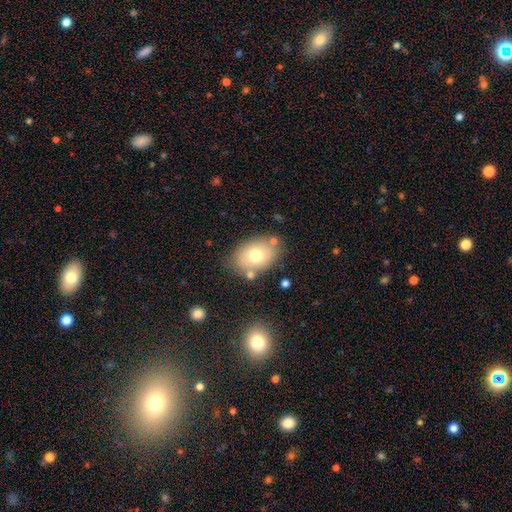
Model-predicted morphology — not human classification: Smooth or featured: smooth — 68% (featured or disk — 23%)
How rounded: in between — 79% (round — 19%)
Merging: none — 73% (minor disturbance — 16%)